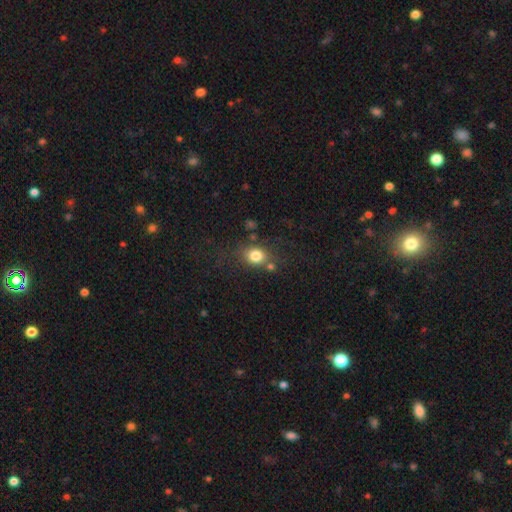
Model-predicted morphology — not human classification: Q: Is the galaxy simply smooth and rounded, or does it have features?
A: smooth — 80%.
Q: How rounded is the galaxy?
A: round — 62%.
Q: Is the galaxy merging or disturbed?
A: none — 67%.